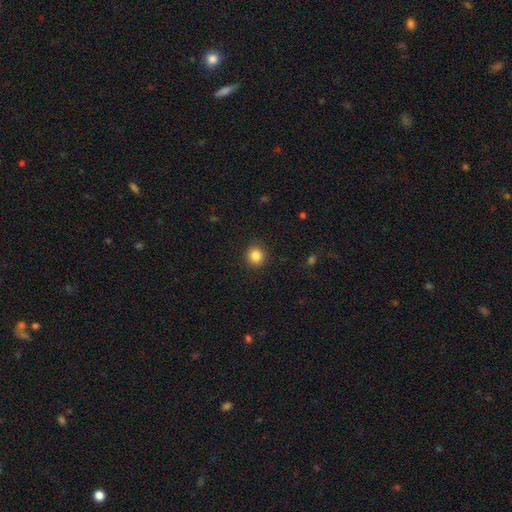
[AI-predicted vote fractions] smooth 85%, star or artifact 10%, featured or disk 4%. Down the decision tree: how rounded — round (92%); merging — none (91%).